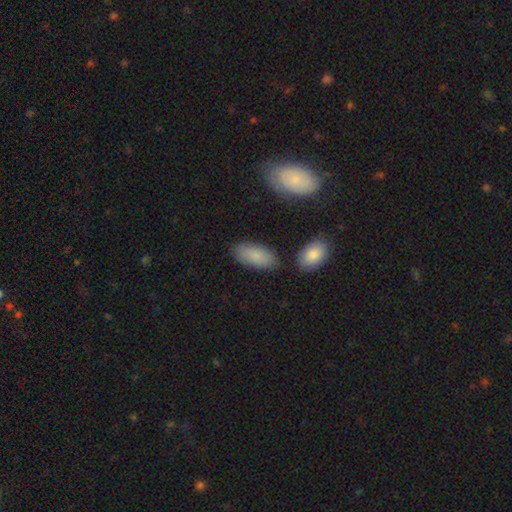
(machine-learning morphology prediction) This appears to be a smooth galaxy with no disk features (86%) that is in between round and cigar-shaped (90%). Merging: none (78%).